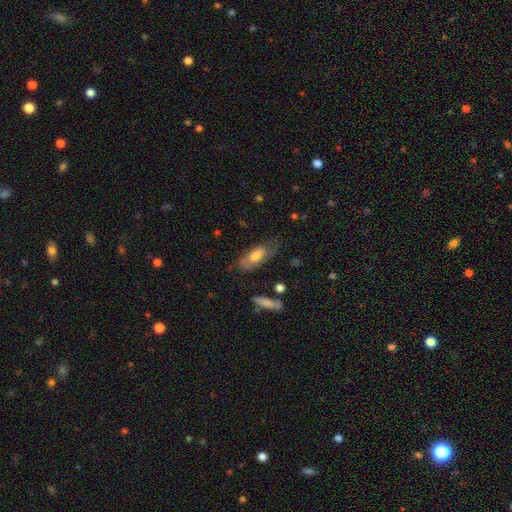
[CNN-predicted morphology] Q: Smooth or featured?
A: smooth (62%); runner-up: featured or disk (32%)
Q: How rounded?
A: in between (80%); runner-up: cigar-shaped (17%)
Q: Merging?
A: none (51%); runner-up: minor disturbance (29%)